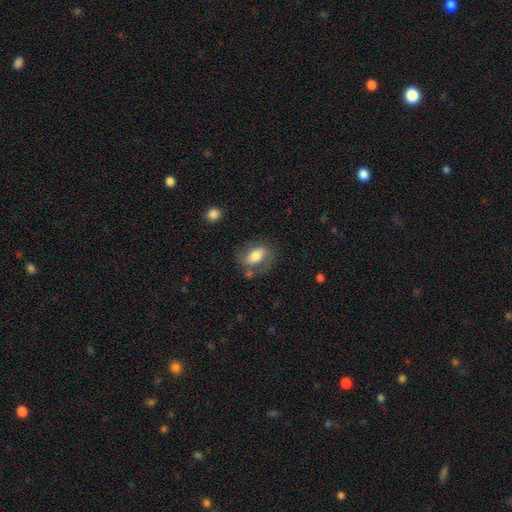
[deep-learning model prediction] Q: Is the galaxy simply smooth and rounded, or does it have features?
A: smooth — 64%.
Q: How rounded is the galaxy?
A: in between — 81%.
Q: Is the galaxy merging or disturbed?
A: none — 63%.